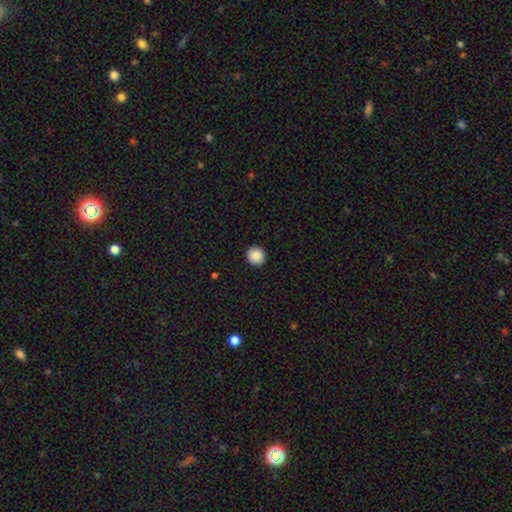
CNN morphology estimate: smooth 87%, star or artifact 8%, featured or disk 5%. Down the decision tree: how rounded — round (93%); merging — none (92%).